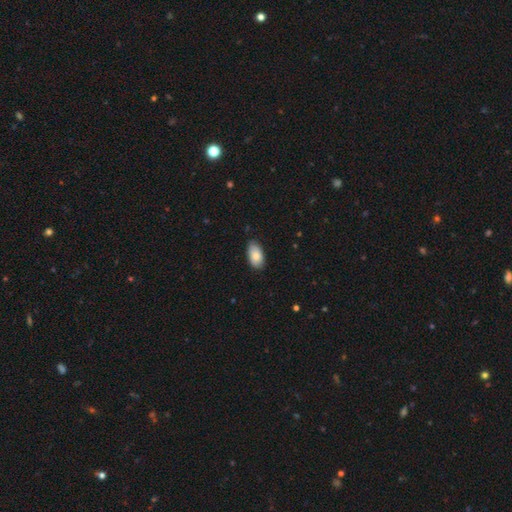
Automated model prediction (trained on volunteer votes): Smooth or featured? smooth (81%)
How rounded? in between (95%)
Merging? none (80%)